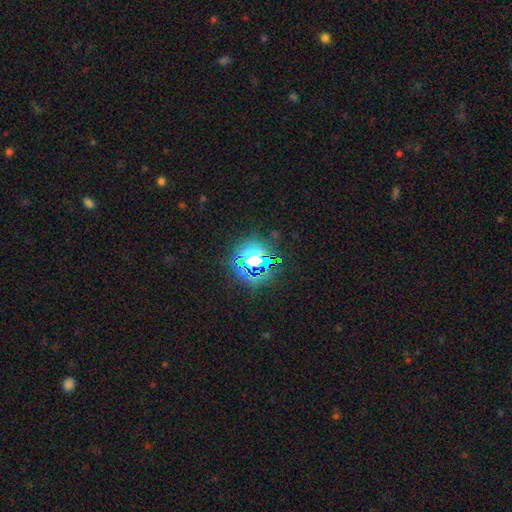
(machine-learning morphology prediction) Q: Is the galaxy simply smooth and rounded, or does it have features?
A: star or artifact — 76%.